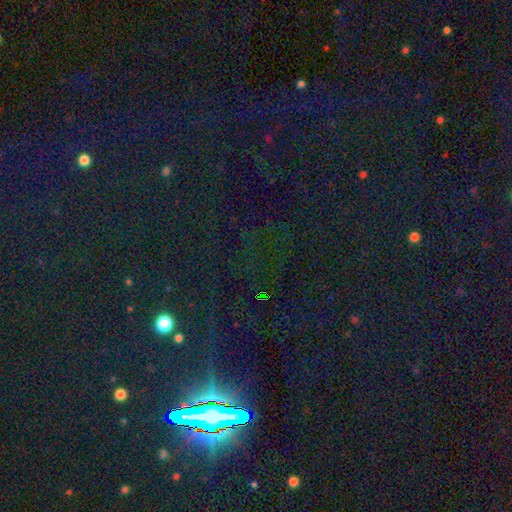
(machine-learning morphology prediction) Overall: star or artifact (83%).